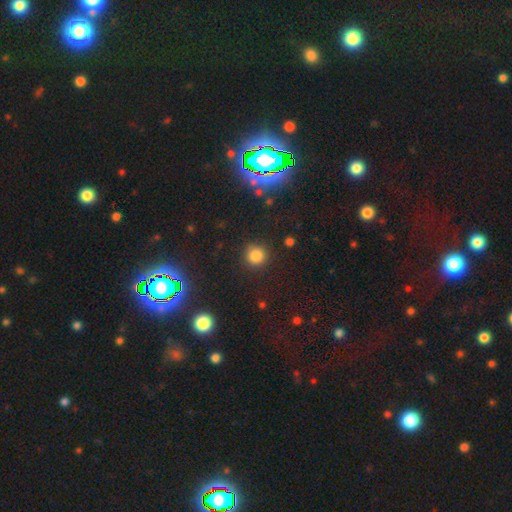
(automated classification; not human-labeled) Morphology: type=smooth (80%); roundness=round (92%); merging=none (86%).